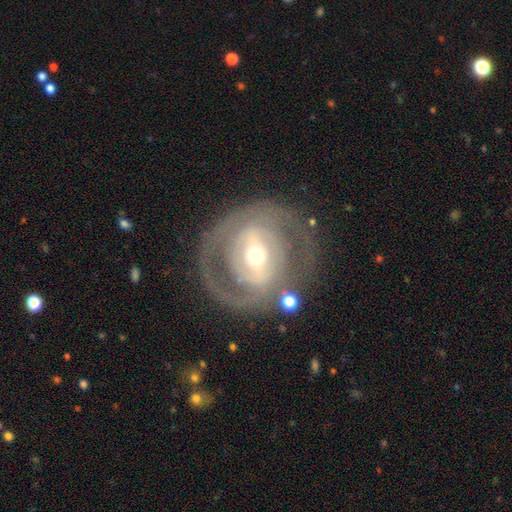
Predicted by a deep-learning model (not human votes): This appears to be a featured or disk galaxy (77%) with a weak bar (37%, tied with strong), spiral arms (61%) and a moderate central bulge (56%). Merging: none (73%).